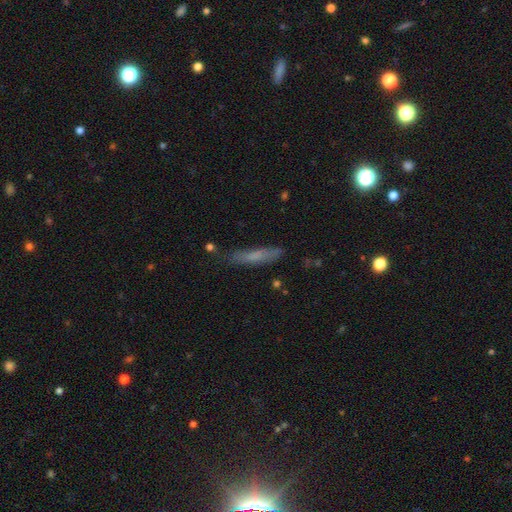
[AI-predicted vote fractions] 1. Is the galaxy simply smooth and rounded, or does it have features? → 64% smooth, 26% featured or disk, 9% star or artifact.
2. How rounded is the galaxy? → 87% cigar-shaped, 11% in between, 2% round.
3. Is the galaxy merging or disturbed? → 74% none, 18% minor disturbance, 5% major disturbance, 3% merger.